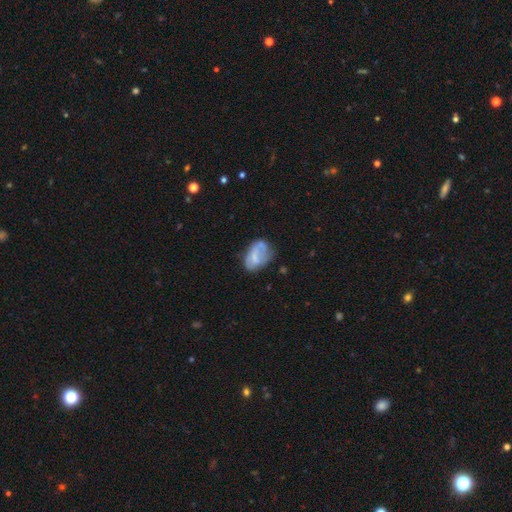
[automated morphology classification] Smooth or featured: smooth — 46% (tied with featured or disk — 46%)
Merging: none — 44% (minor disturbance — 32%)